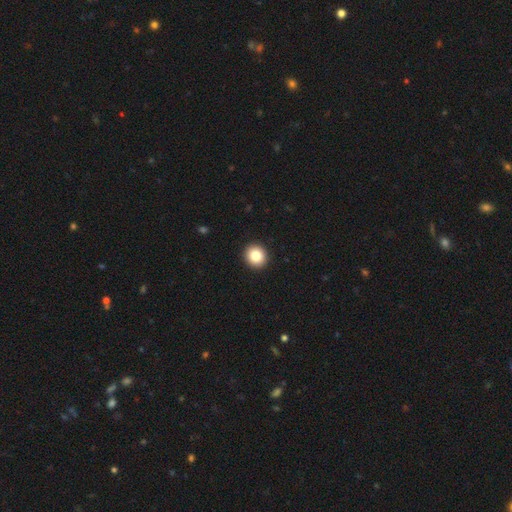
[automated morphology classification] Overall: smooth (84%). How rounded: round (87%). Merging: none (93%).